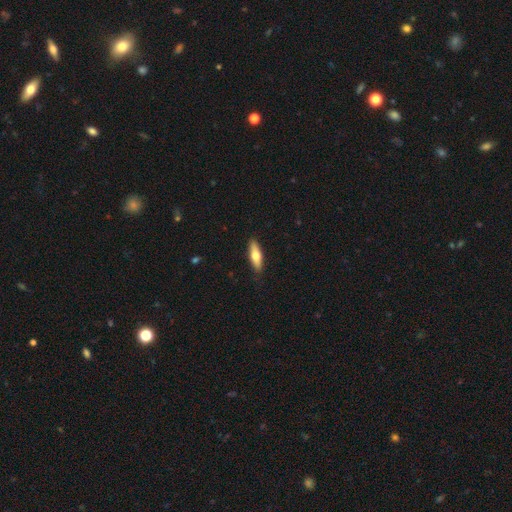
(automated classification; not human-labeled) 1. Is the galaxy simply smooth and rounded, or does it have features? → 64% smooth, 31% featured or disk, 6% star or artifact.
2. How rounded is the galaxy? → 53% cigar-shaped, 45% in between, 2% round.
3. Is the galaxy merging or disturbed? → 87% none, 10% minor disturbance, 2% major disturbance, 1% merger.